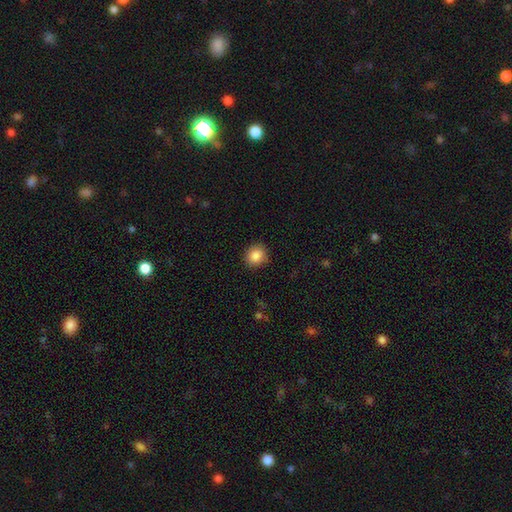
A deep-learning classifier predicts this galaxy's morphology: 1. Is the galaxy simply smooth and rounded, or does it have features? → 87% smooth, 9% star or artifact, 4% featured or disk.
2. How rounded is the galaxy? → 84% round, 15% in between, 1% cigar-shaped.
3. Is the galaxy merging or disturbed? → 89% none, 8% minor disturbance, 2% major disturbance, 1% merger.